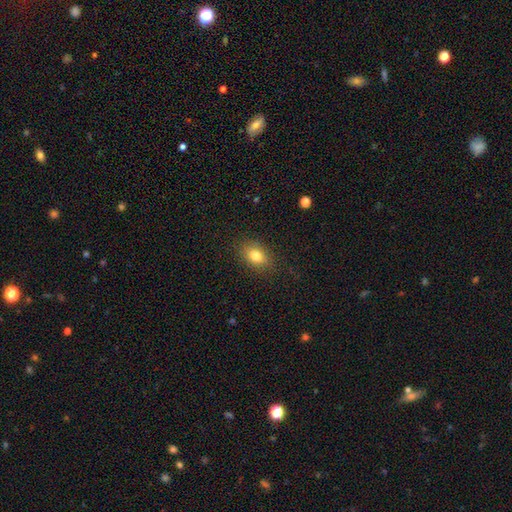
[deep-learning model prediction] The model was most divided on "how rounded": in between: 77%, round: 21%, cigar-shaped: 2%. More confident: merging — none (86%); smooth or featured — smooth (81%).